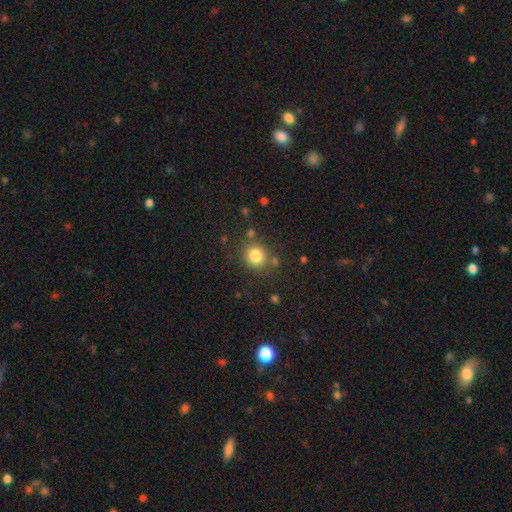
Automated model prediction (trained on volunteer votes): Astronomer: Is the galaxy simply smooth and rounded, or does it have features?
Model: smooth — 82%.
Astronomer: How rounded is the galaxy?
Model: round — 88%.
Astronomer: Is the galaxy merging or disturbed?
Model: none — 80%.